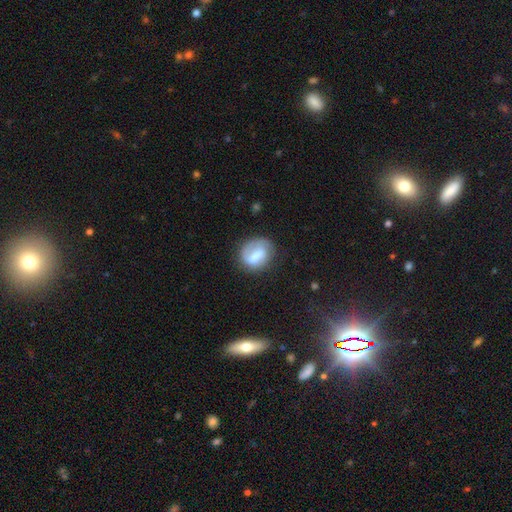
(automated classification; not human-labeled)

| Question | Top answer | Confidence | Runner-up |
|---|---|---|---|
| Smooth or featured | smooth | 47% | featured or disk (45%) |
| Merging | none | 63% | minor disturbance (21%) |